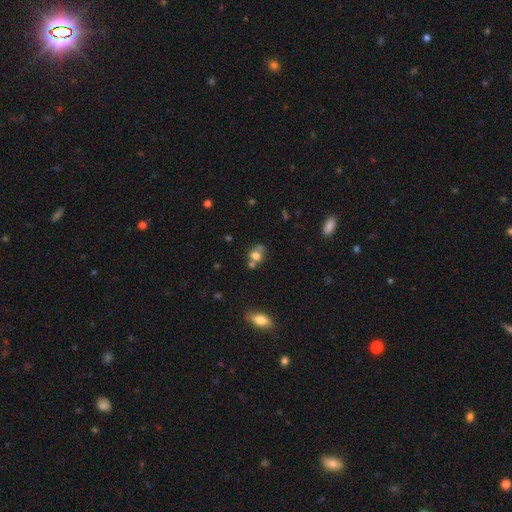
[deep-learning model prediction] This is likely a smooth galaxy (70%). How rounded: likely round (62%). Merging: marginally none (43%).